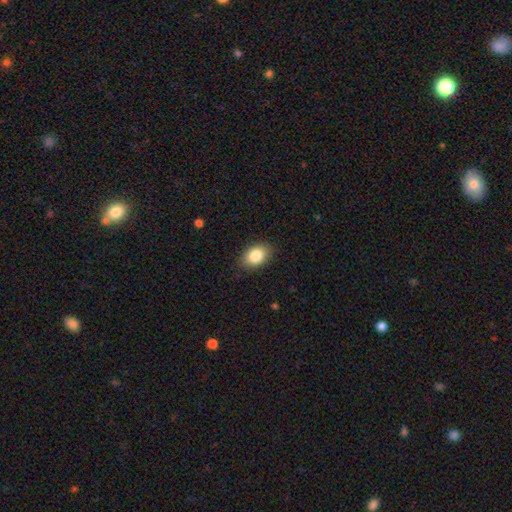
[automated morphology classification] smooth-or-featured: smooth: 85% | star or artifact: 7% | featured or disk: 7%
  how-rounded: in between: 84% | round: 15% | cigar-shaped: 1%
  merging: none: 85% | minor disturbance: 11% | major disturbance: 3% | merger: 1%